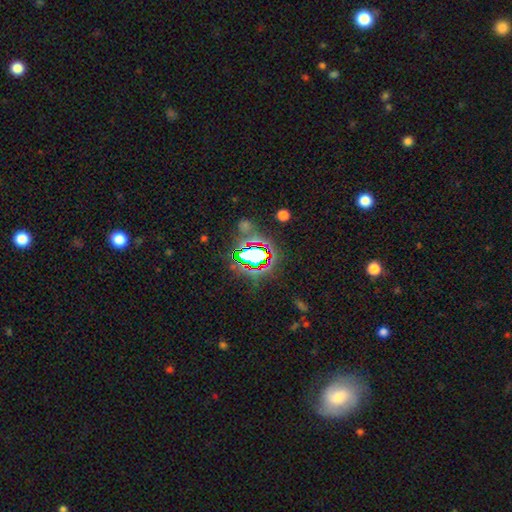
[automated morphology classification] smooth-or-featured: star or artifact: 62% | smooth: 24% | featured or disk: 14%